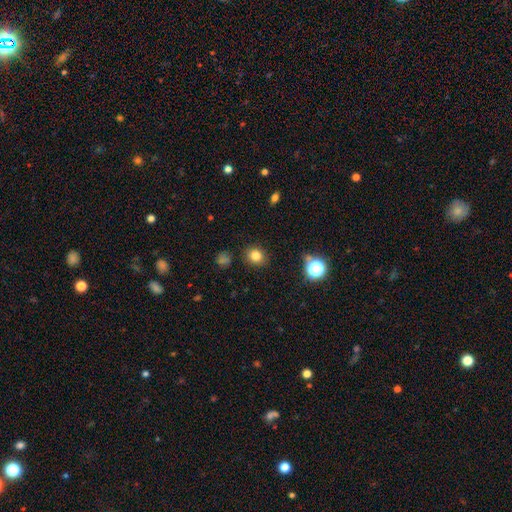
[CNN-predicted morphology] smooth 81%, star or artifact 14%, featured or disk 6%. Down the decision tree: how rounded — round (73%); merging — none (87%).